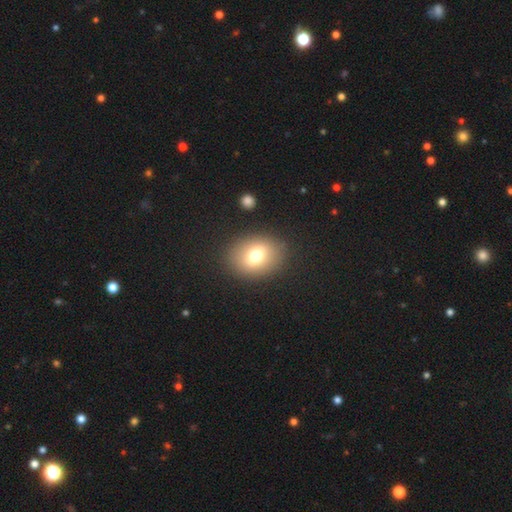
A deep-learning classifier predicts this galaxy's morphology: Q: Smooth or featured?
A: smooth (72%); runner-up: featured or disk (17%)
Q: How rounded?
A: in between (58%); runner-up: round (40%)
Q: Merging?
A: none (86%); runner-up: minor disturbance (9%)